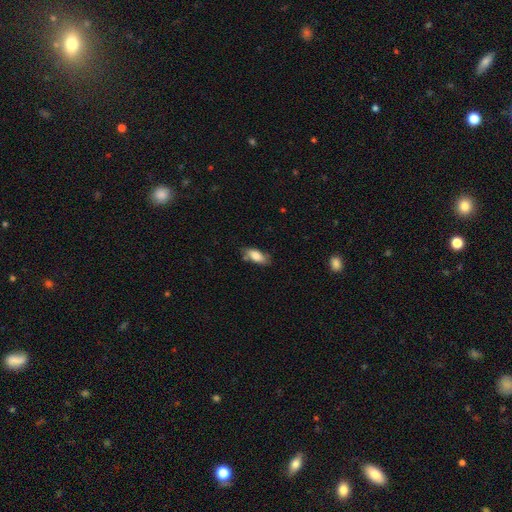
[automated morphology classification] The model was most divided on "merging": none: 71%, minor disturbance: 21%, major disturbance: 4%, merger: 4%. More confident: how rounded — in between (81%); smooth or featured — smooth (80%).